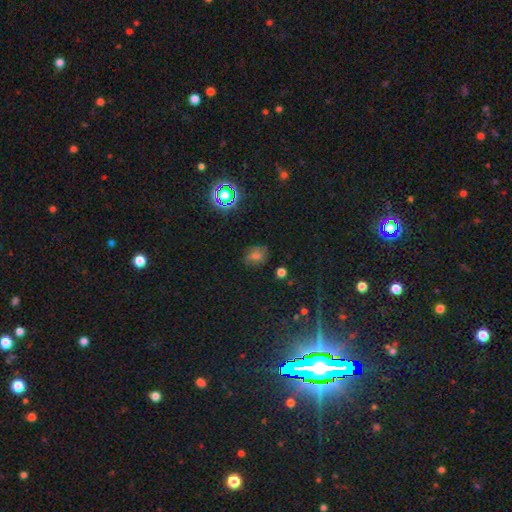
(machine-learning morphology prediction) Smooth or featured? Predicted: smooth (p=0.51). How rounded? Predicted: in between (p=0.64). Merging? Predicted: none (p=0.71).